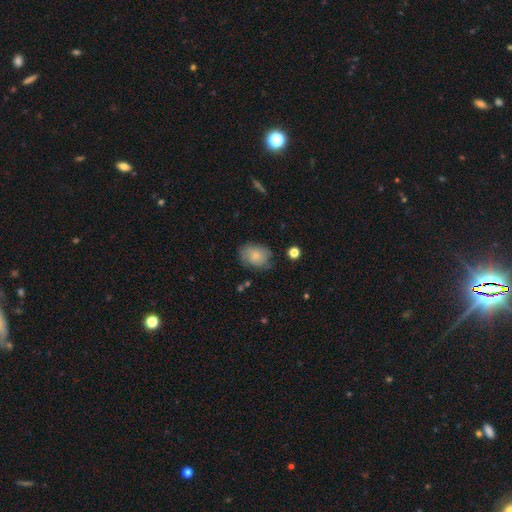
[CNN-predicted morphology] This appears to be a smooth galaxy with no disk features (74%) that is in between round and cigar-shaped (66%). Merging: none (69%).